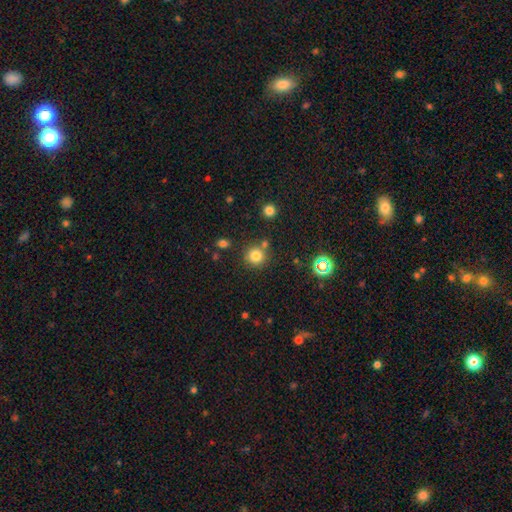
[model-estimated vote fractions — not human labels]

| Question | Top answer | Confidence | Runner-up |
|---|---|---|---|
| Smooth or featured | smooth | 79% | star or artifact (15%) |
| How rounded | round | 92% | in between (7%) |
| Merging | none | 78% | merger (11%) |